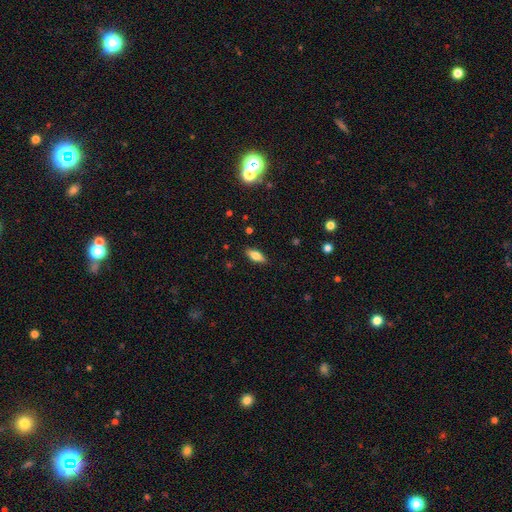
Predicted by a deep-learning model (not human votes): smooth-or-featured: smooth: 71% | featured or disk: 21% | star or artifact: 7%
  how-rounded: in between: 77% | cigar-shaped: 20% | round: 3%
  merging: none: 87% | minor disturbance: 10% | major disturbance: 2% | merger: 1%